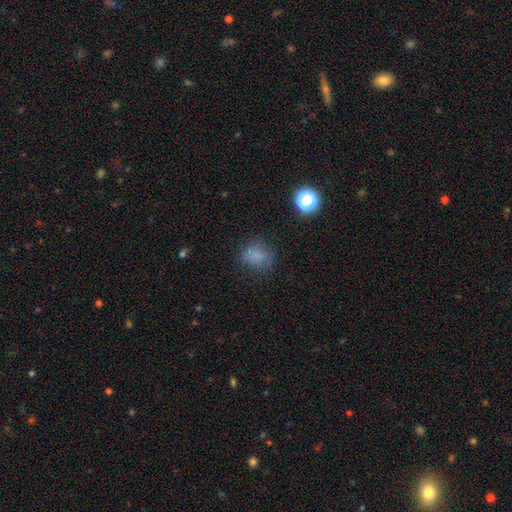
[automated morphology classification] Q: Smooth or featured?
A: smooth (75%); runner-up: star or artifact (17%)
Q: How rounded?
A: round (55%); runner-up: in between (44%)
Q: Merging?
A: none (72%); runner-up: minor disturbance (18%)